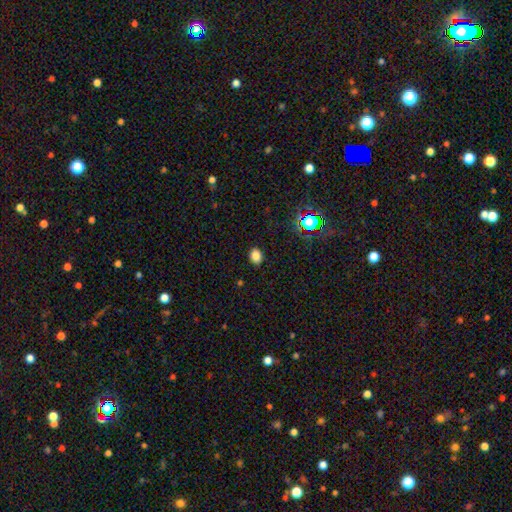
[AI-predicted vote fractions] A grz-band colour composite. It shows a smooth galaxy with no disk features (81%) that is in between round and cigar-shaped (58%). Merging: none (89%).